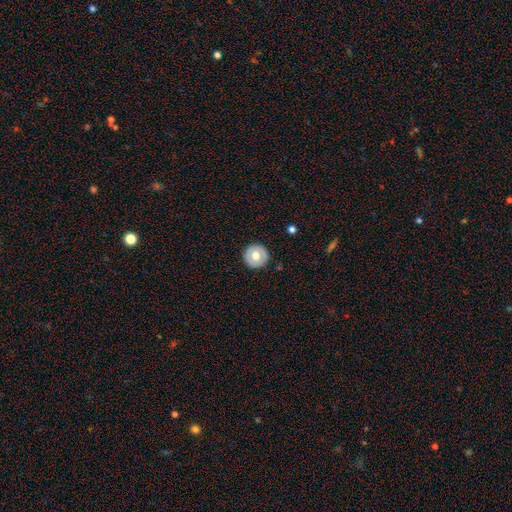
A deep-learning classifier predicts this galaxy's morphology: Smooth or featured? smooth (56%)
How rounded? round (94%)
Merging? none (89%)